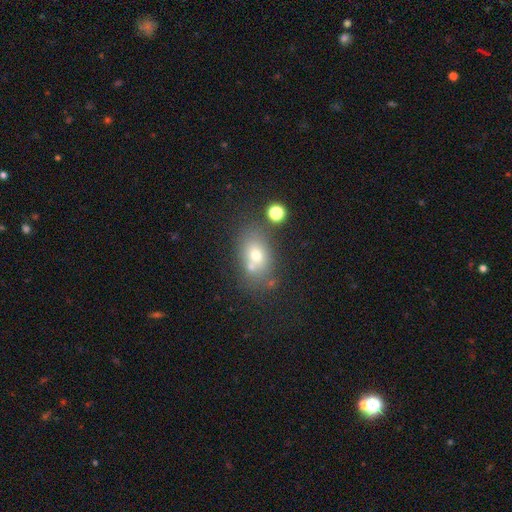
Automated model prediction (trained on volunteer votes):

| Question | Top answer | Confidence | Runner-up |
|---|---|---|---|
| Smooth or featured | smooth | 65% | featured or disk (21%) |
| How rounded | in between | 70% | round (28%) |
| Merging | none | 54% | merger (25%) |